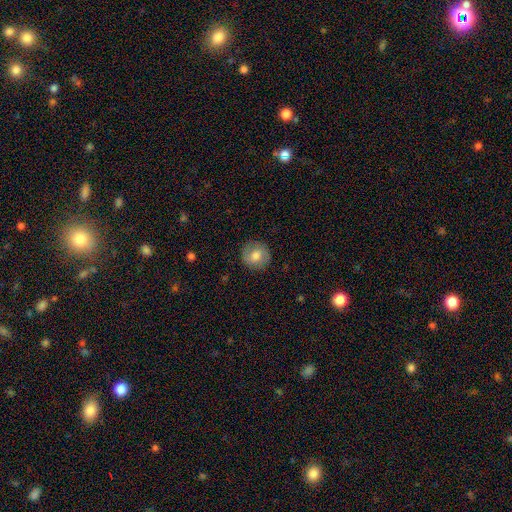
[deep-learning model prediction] A smooth galaxy with no disk features (72%) that is round (91%). Merging: none (87%).